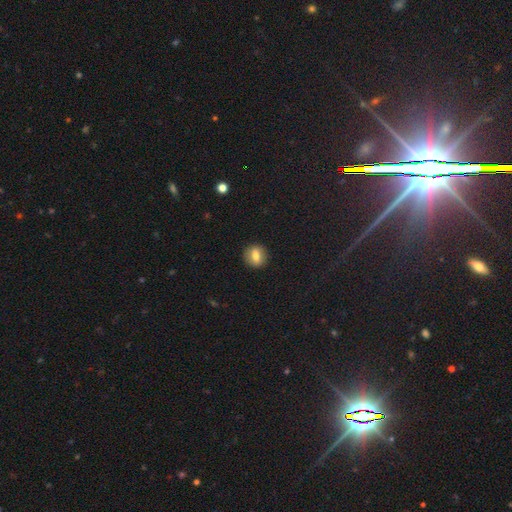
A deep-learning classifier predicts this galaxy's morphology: Smooth or featured?
  - smooth: 72% *
  - featured or disk: 18%
  - star or artifact: 10%
How rounded?
  - round: 80% *
  - in between: 18%
  - cigar-shaped: 1%
Merging?
  - none: 90% *
  - minor disturbance: 7%
  - major disturbance: 2%
  - merger: 1%